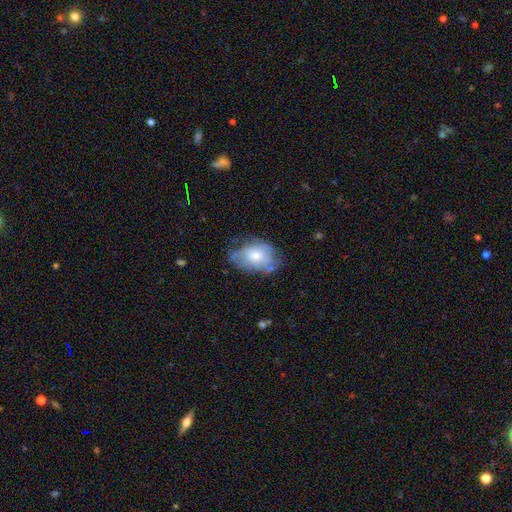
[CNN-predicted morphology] smooth-or-featured: featured or disk: 51% | smooth: 42% | star or artifact: 7%
  disk-edge-on: no: 96% | yes: 4%
  merging: none: 50% | minor disturbance: 33% | major disturbance: 15% | merger: 3%